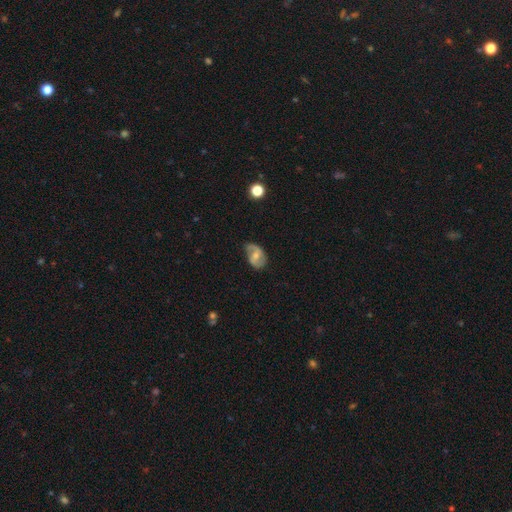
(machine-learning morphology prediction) smooth-or-featured: featured or disk: 65% | smooth: 29% | star or artifact: 7%
  disk-edge-on: no: 97% | yes: 3%
    bar: weak: 45% | no: 40% | strong: 15%
    has-spiral-arms: yes: 83% | no: 17%
      spiral-winding: medium: 42% | loose: 38% | tight: 20%
      spiral-arm-count: 2: 77% | 1: 10% | can't tell: 10% | 3: 1% | 4: 1% | more than 4: 1%
    bulge-size: moderate: 53% | small: 40% | none: 3% | large: 2% | dominant: 1%
  merging: none: 58% | minor disturbance: 29% | major disturbance: 11% | merger: 2%